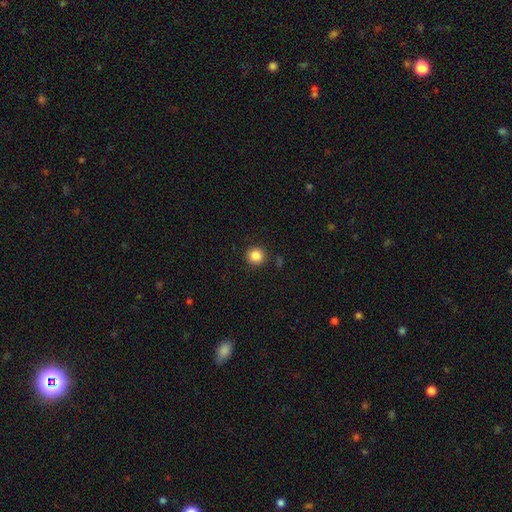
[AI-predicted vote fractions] Q: Smooth or featured?
A: smooth (86%); runner-up: star or artifact (10%)
Q: How rounded?
A: round (94%); runner-up: in between (5%)
Q: Merging?
A: none (90%); runner-up: minor disturbance (6%)